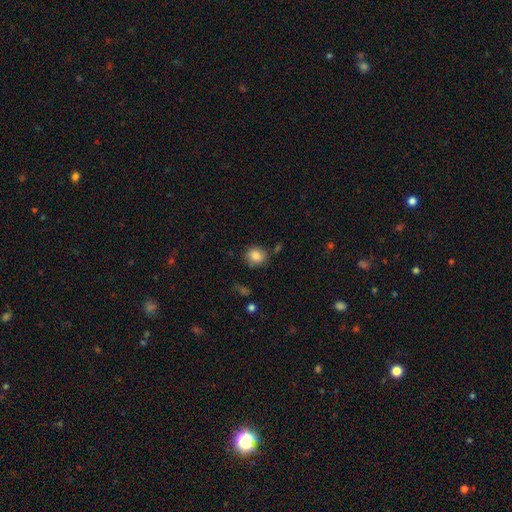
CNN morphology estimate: smooth_or_featured: smooth (p=0.84) [alt: star or artifact p=0.09]
how_rounded: round (p=0.73) [alt: in between p=0.26]
merging: none (p=0.78) [alt: minor disturbance p=0.14]